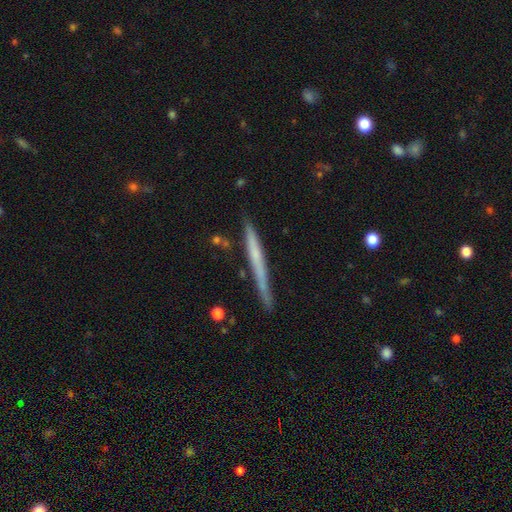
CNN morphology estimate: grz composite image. It shows a featured or disk galaxy (51%) viewed edge-on (96%). Merging: none (81%).